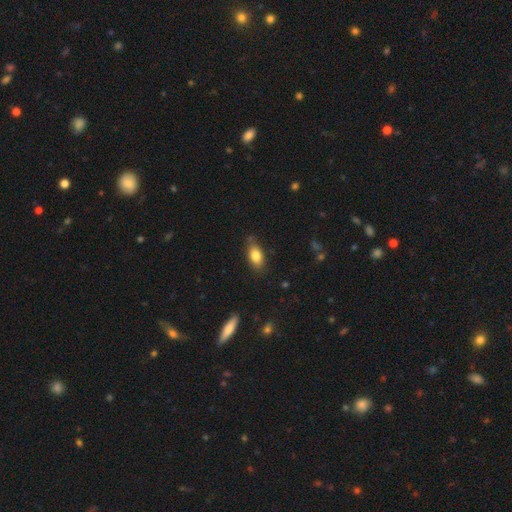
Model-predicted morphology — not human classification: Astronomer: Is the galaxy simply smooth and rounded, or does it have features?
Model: smooth — 82%.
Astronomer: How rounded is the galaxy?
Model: in between — 88%.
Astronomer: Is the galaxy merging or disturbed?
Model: none — 76%.